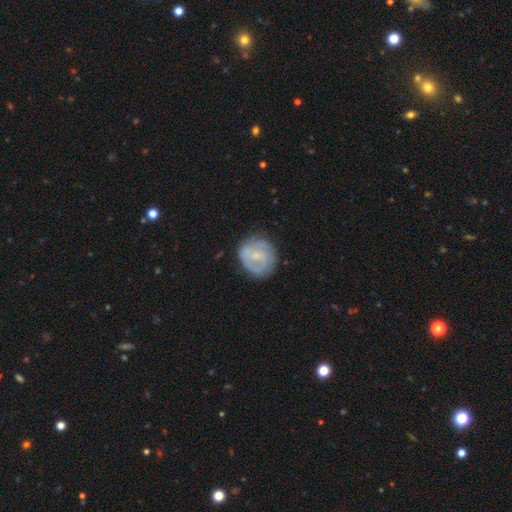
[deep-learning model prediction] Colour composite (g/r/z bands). It shows a featured or disk galaxy (54%) with no bar (54%), spiral arms (69%) and a small central bulge (67%). Merging: none (71%).